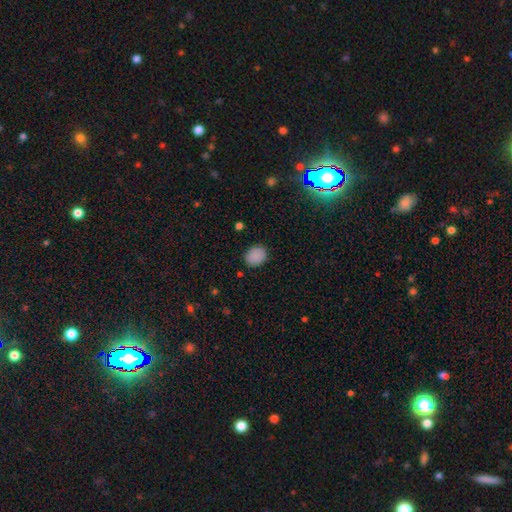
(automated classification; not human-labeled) A smooth galaxy with no disk features (87%) that is round (56%).

Vote fractions:
- Smooth or featured? smooth: 87% / star or artifact: 10% / featured or disk: 3%
- How rounded? round: 56% / in between: 43% / cigar-shaped: 1%
- Merging? none: 86% / minor disturbance: 10% / major disturbance: 3% / merger: 1%